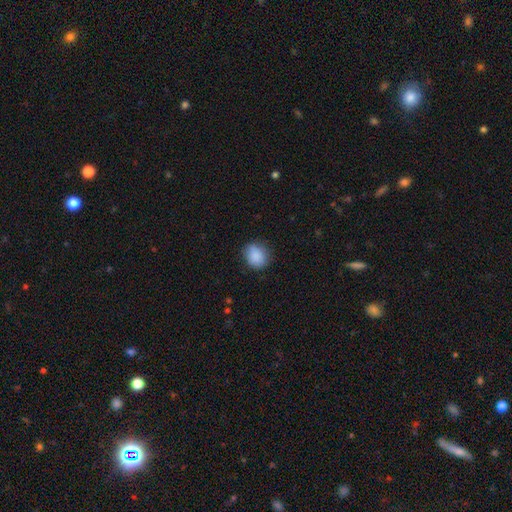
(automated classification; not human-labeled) Morphology: type=smooth (88%); roundness=round (66%); merging=none (77%).